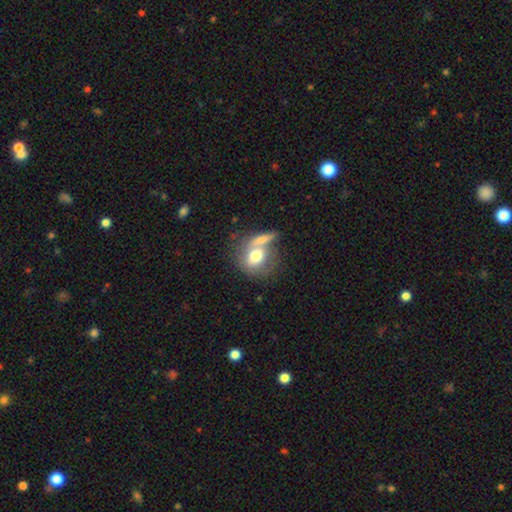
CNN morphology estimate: smooth-or-featured: smooth: 65% | featured or disk: 28% | star or artifact: 8%
  how-rounded: round: 67% | in between: 31% | cigar-shaped: 2%
  merging: merger: 40% | none: 36% | minor disturbance: 14% | major disturbance: 10%